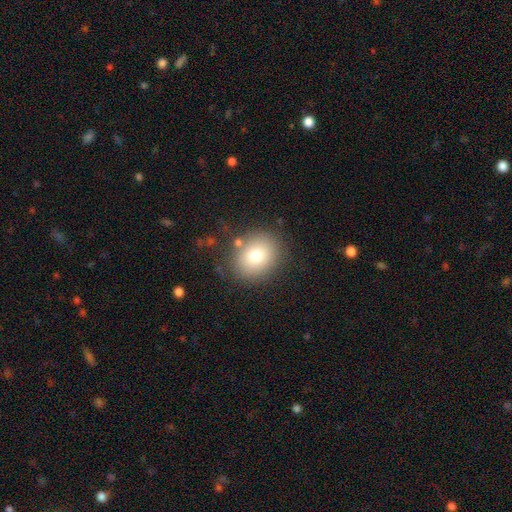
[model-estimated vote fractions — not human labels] Q: Smooth or featured?
A: smooth (79%); runner-up: featured or disk (11%)
Q: How rounded?
A: round (62%); runner-up: in between (37%)
Q: Merging?
A: none (81%); runner-up: minor disturbance (11%)